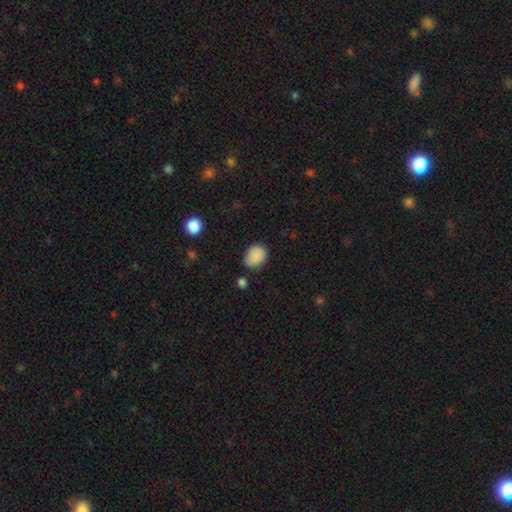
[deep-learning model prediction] smooth_or_featured: smooth (p=0.87) [alt: star or artifact p=0.08]
how_rounded: in between (p=0.57) [alt: round p=0.42]
merging: none (p=0.71) [alt: minor disturbance p=0.22]